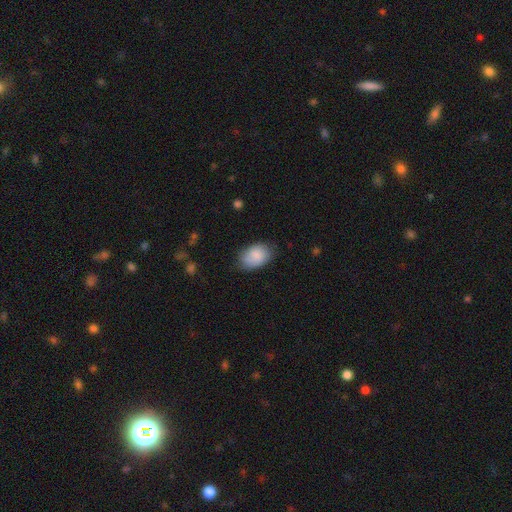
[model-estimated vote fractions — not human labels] This is clearly a smooth galaxy (84%). How rounded: clearly in between (87%). Merging: likely none (70%).